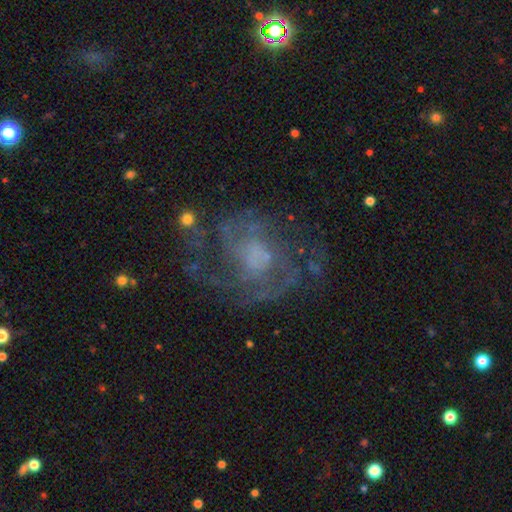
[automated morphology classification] This is clearly a featured or disk galaxy (81%). It is clearly not viewed edge-on (98%). Bar: likely no (65%). Spiral arm pattern: clearly yes (90%). Spiral arm count: marginally 2 (43%). Spiral winding: possibly medium (48%). Central bulge: marginally none (36%). Merging: possibly none (60%).